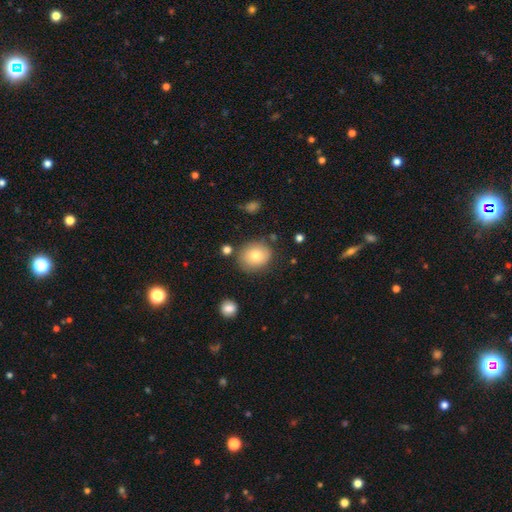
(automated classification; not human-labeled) Smooth or featured? Predicted: smooth (p=0.77). How rounded? Predicted: round (p=0.60). Merging? Predicted: none (p=0.78).